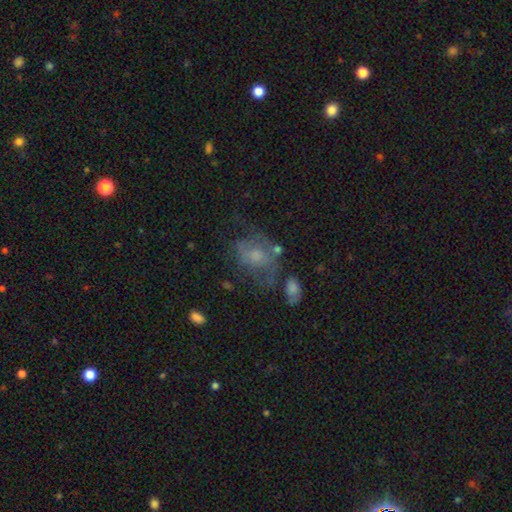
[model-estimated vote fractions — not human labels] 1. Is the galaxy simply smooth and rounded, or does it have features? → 44% featured or disk, 41% smooth, 14% star or artifact.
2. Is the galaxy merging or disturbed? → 37% none, 30% major disturbance, 24% minor disturbance, 9% merger.